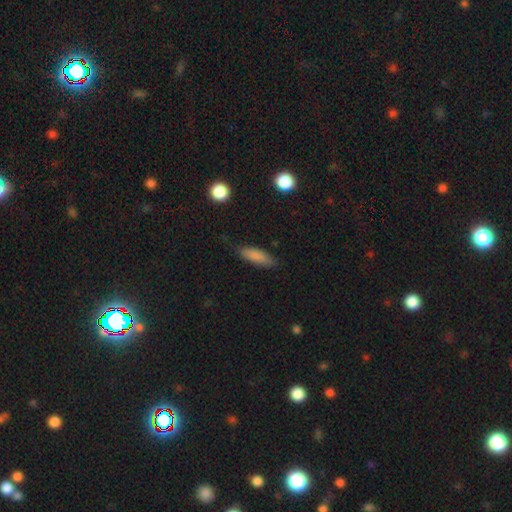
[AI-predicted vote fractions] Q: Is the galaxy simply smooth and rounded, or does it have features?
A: smooth — 84%.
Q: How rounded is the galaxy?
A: cigar-shaped — 50%.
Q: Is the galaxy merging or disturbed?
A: none — 79%.